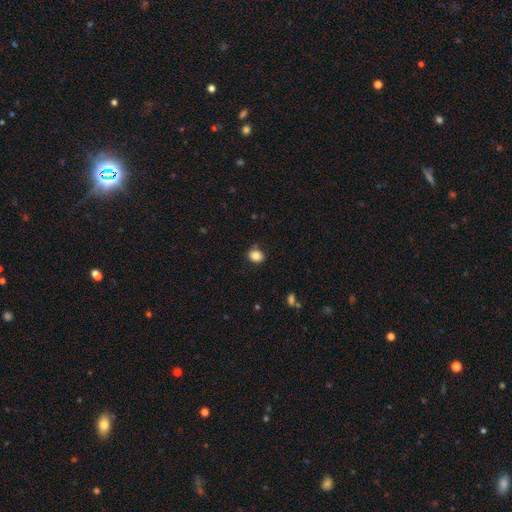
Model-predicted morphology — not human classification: smooth 85%, star or artifact 10%, featured or disk 6%. Down the decision tree: how rounded — round (55%); merging — none (81%).